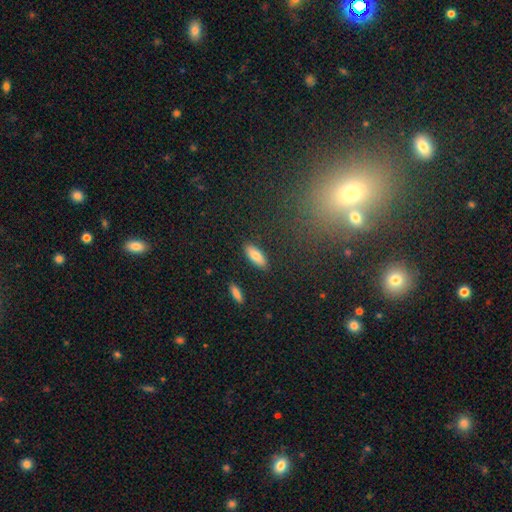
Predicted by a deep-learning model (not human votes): A smooth galaxy with no disk features (83%) that is in between round and cigar-shaped (69%). Merging: none (87%).